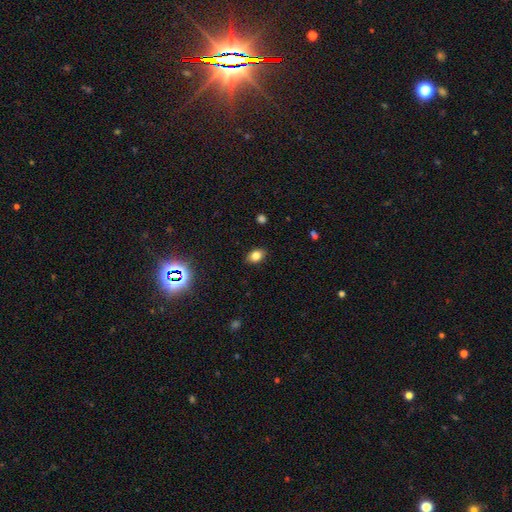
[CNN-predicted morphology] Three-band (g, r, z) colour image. It shows a smooth galaxy with no disk features (81%) that is in between round and cigar-shaped (78%). Merging: none (87%).